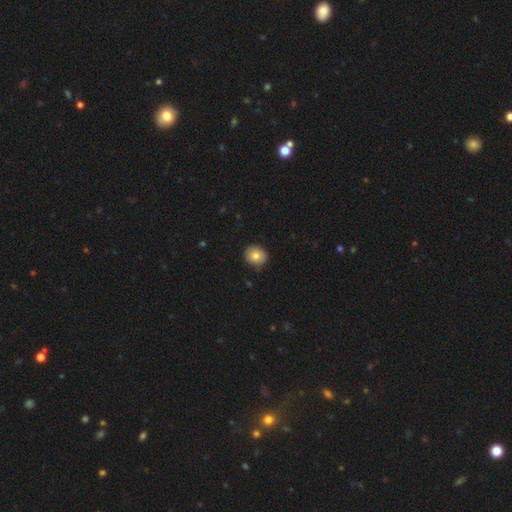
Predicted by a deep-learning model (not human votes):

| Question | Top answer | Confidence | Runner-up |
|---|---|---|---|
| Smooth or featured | smooth | 79% | featured or disk (11%) |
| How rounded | round | 79% | in between (20%) |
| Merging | none | 83% | minor disturbance (14%) |